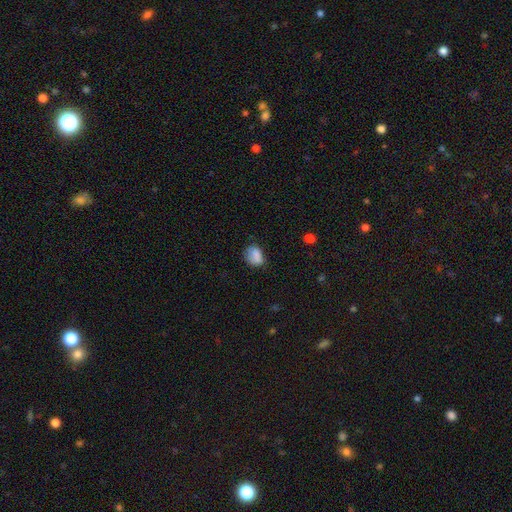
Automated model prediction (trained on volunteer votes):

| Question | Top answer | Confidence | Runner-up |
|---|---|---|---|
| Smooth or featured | smooth | 79% | featured or disk (12%) |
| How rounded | in between | 61% | round (38%) |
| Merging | none | 53% | minor disturbance (31%) |